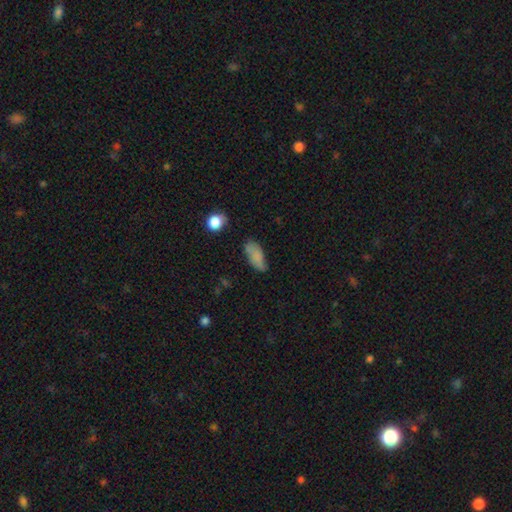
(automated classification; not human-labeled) This appears to be a smooth galaxy with no disk features (77%) that is in between round and cigar-shaped (84%). Merging: none (57%).